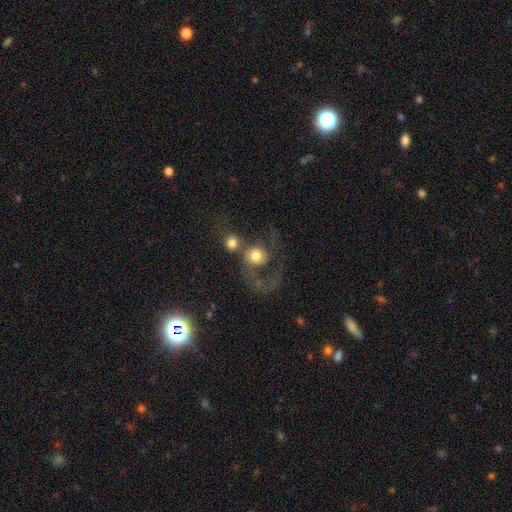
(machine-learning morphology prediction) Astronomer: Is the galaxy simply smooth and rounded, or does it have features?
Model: smooth — 61%.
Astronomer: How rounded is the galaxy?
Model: round — 77%.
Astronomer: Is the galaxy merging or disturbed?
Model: merger — 51%.